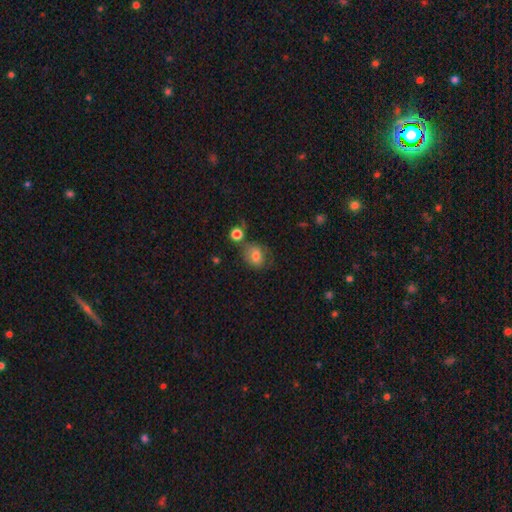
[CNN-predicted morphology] smooth_or_featured: smooth (p=0.74) [alt: featured or disk p=0.15]
how_rounded: round (p=0.54) [alt: in between p=0.45]
merging: none (p=0.52) [alt: minor disturbance p=0.23]